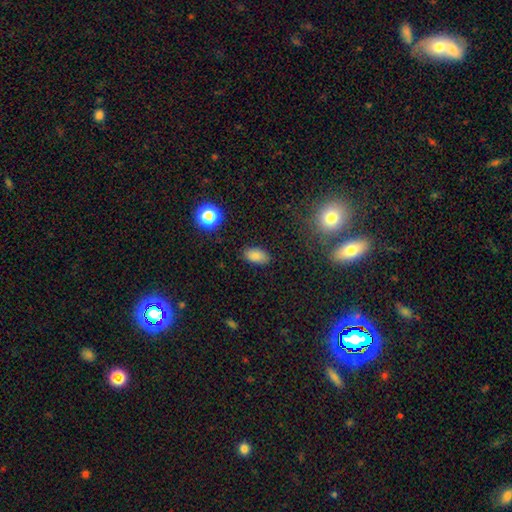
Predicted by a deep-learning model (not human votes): A smooth galaxy with no disk features (83%) that is in between round and cigar-shaped (92%). Merging: none (85%).